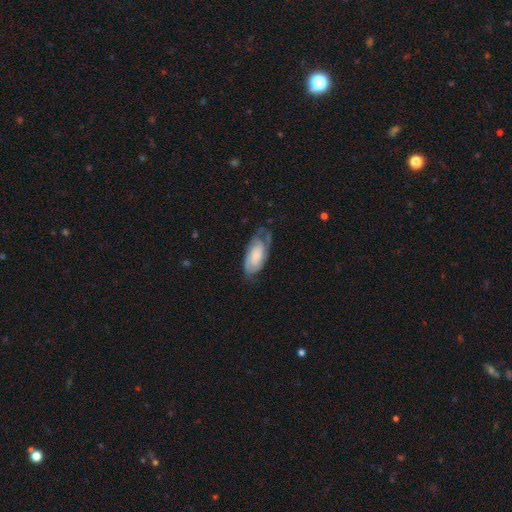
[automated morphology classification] Q: Smooth or featured?
A: featured or disk (61%); runner-up: smooth (33%)
Q: Edge-on disk?
A: no (93%); runner-up: yes (7%)
Q: Bar?
A: no (70%); runner-up: weak (25%)
Q: Spiral arms?
A: yes (89%); runner-up: no (11%)
Q: Spiral winding?
A: tight (54%); runner-up: medium (35%)
Q: Spiral arm count?
A: 2 (53%); runner-up: can't tell (28%)
Q: Bulge size?
A: small (36%); runner-up: moderate (29%)
Q: Merging?
A: none (56%); runner-up: minor disturbance (27%)